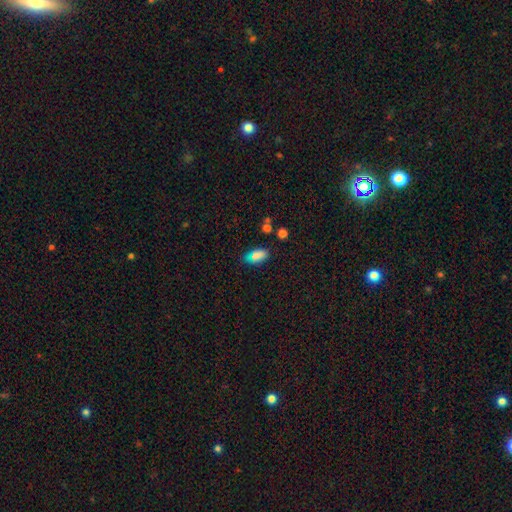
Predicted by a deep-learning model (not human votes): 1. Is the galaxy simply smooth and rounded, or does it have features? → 79% smooth, 13% star or artifact, 7% featured or disk.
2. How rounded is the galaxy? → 86% in between, 9% cigar-shaped, 5% round.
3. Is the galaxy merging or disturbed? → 69% none, 19% minor disturbance, 6% merger, 5% major disturbance.